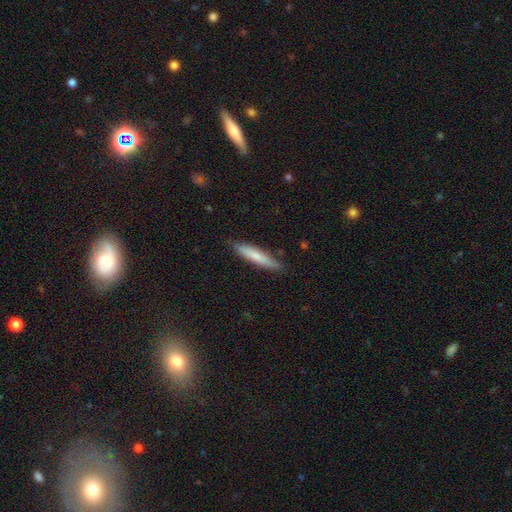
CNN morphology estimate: smooth_or_featured: smooth (p=0.69) [alt: featured or disk p=0.25]
how_rounded: cigar-shaped (p=0.90) [alt: in between p=0.09]
merging: none (p=0.85) [alt: minor disturbance p=0.12]